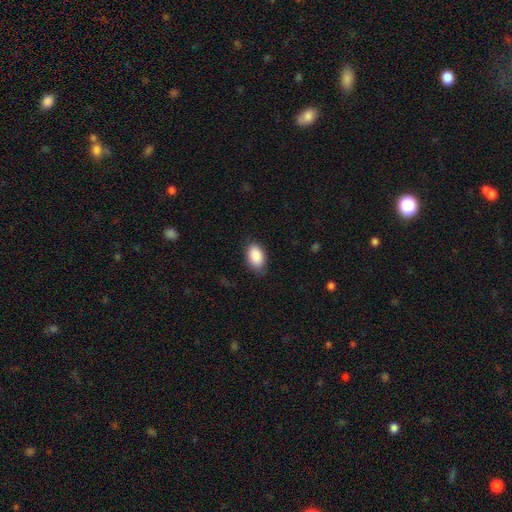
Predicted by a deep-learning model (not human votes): Q: Smooth or featured?
A: smooth (89%); runner-up: star or artifact (7%)
Q: How rounded?
A: in between (93%); runner-up: round (6%)
Q: Merging?
A: none (79%); runner-up: minor disturbance (17%)